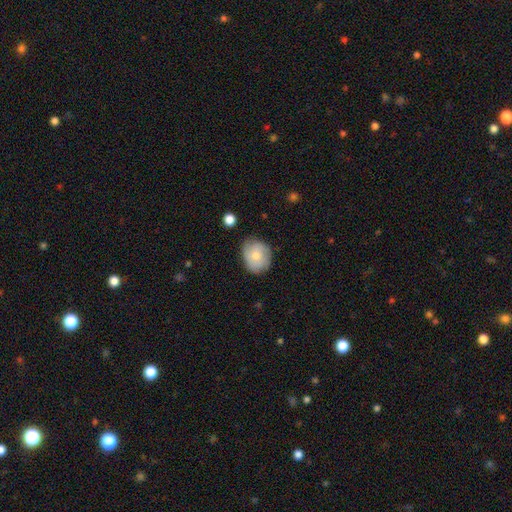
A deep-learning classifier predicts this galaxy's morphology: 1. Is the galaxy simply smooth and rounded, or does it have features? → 71% smooth, 22% featured or disk, 7% star or artifact.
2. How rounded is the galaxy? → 62% round, 37% in between, 1% cigar-shaped.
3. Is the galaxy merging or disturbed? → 69% none, 24% minor disturbance, 5% major disturbance, 2% merger.